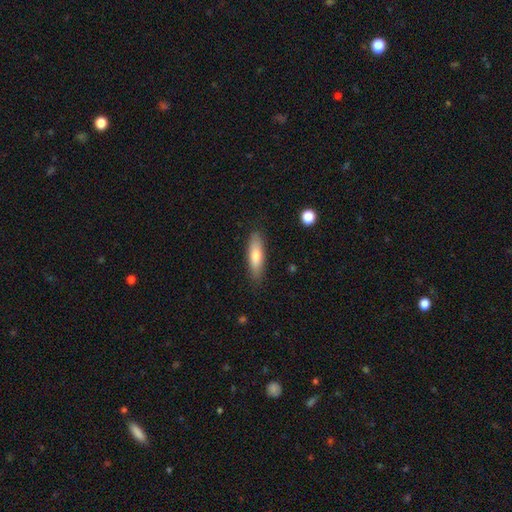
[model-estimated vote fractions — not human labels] Q: Smooth or featured?
A: smooth (73%); runner-up: featured or disk (21%)
Q: How rounded?
A: cigar-shaped (59%); runner-up: in between (40%)
Q: Merging?
A: none (85%); runner-up: minor disturbance (11%)